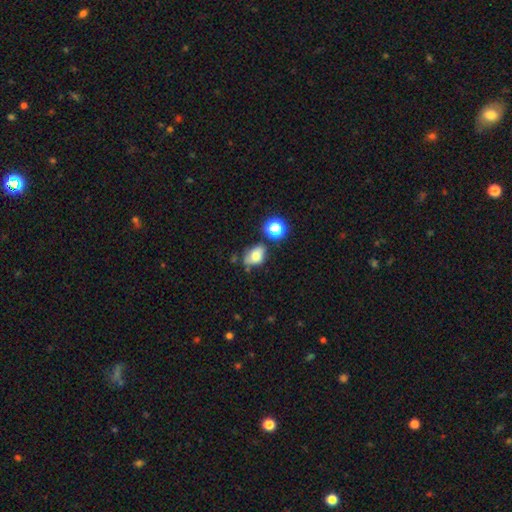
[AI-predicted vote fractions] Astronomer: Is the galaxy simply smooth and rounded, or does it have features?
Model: smooth — 71%.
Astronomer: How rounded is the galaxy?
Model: in between — 76%.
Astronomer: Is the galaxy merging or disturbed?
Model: none — 49% (runner-up: minor disturbance, 30%).